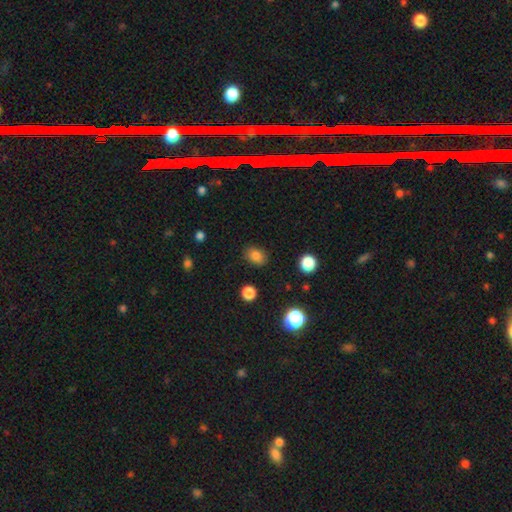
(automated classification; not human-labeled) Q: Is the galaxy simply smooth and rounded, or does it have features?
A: smooth — 82%.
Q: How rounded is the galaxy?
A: in between — 65%.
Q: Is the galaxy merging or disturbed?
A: none — 86%.